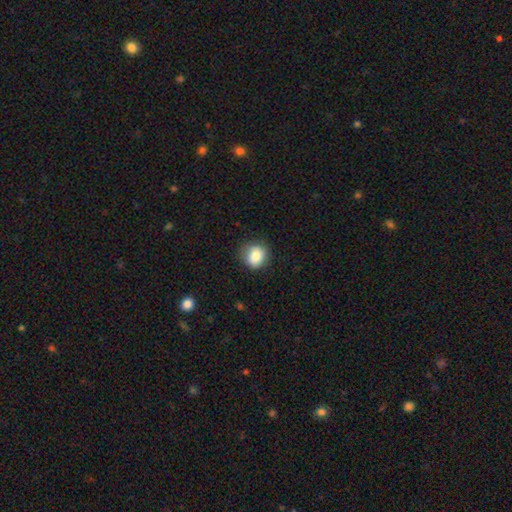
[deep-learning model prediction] The model was most divided on "merging": none: 77%, minor disturbance: 18%, major disturbance: 4%, merger: 1%. More confident: smooth or featured — smooth (81%); how rounded — round (79%).